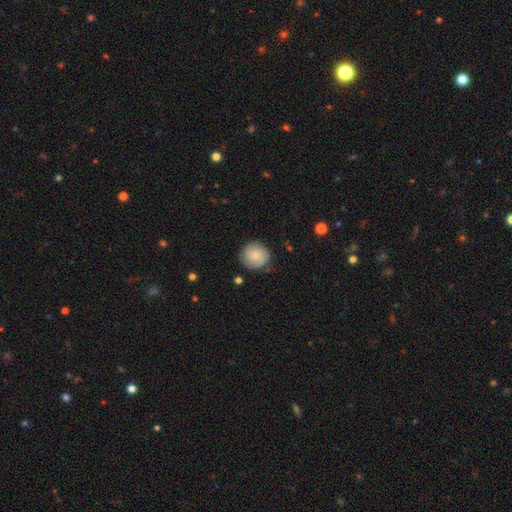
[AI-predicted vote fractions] Smooth or featured?
  - smooth: 63% *
  - featured or disk: 30%
  - star or artifact: 7%
How rounded?
  - round: 92% *
  - in between: 7%
  - cigar-shaped: 1%
Merging?
  - none: 83% *
  - minor disturbance: 12%
  - major disturbance: 3%
  - merger: 1%